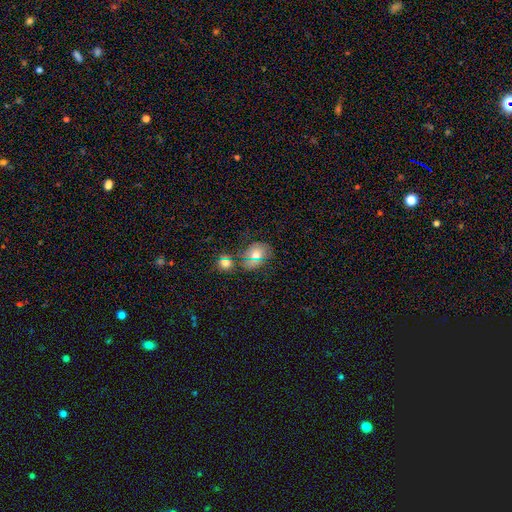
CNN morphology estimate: smooth_or_featured: smooth (p=0.62) [alt: featured or disk p=0.20]
how_rounded: in between (p=0.58) [alt: round p=0.41]
merging: none (p=0.60) [alt: minor disturbance p=0.19]